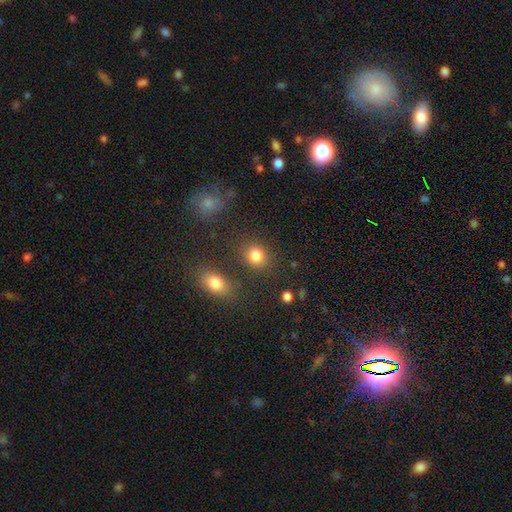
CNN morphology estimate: smooth-or-featured: smooth: 83% | star or artifact: 12% | featured or disk: 5%
  how-rounded: round: 66% | in between: 33% | cigar-shaped: 1%
  merging: none: 79% | minor disturbance: 10% | merger: 7% | major disturbance: 4%